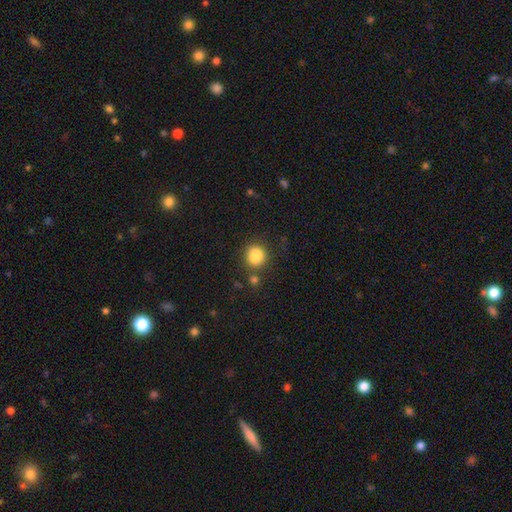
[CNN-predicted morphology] Overall: smooth (84%). How rounded: round (75%). Merging: none (67%).